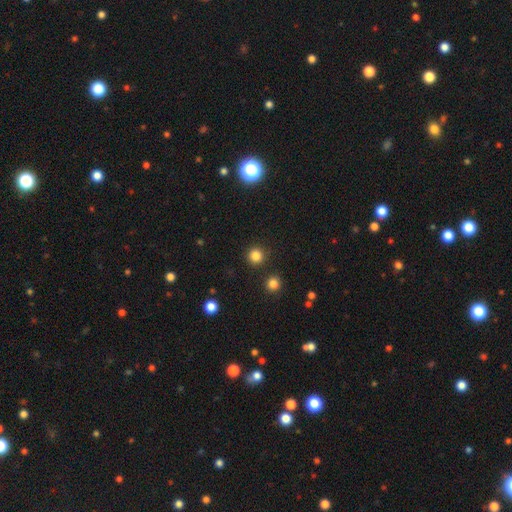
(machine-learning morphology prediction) Q: Smooth or featured?
A: smooth (83%); runner-up: star or artifact (13%)
Q: How rounded?
A: round (95%); runner-up: in between (4%)
Q: Merging?
A: none (91%); runner-up: minor disturbance (4%)